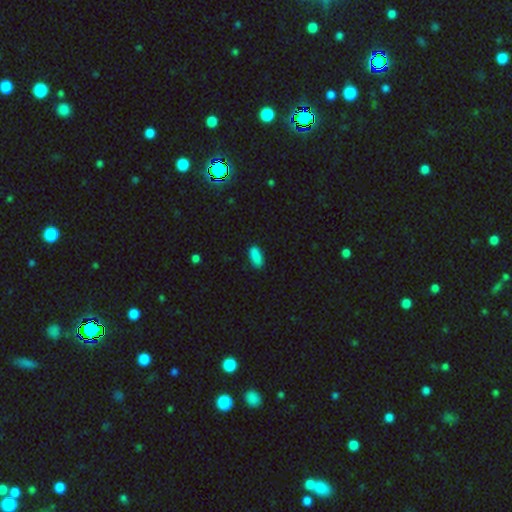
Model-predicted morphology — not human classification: Smooth or featured?
  - smooth: 88% *
  - star or artifact: 8%
  - featured or disk: 3%
How rounded?
  - in between: 85% *
  - cigar-shaped: 12%
  - round: 2%
Merging?
  - none: 84% *
  - minor disturbance: 12%
  - major disturbance: 2%
  - merger: 1%